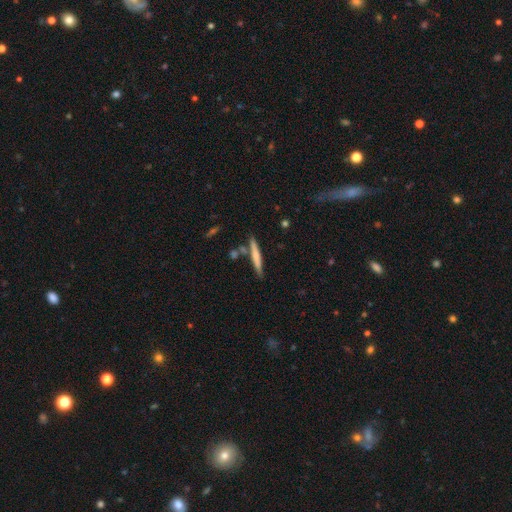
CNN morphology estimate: The model was most divided on "smooth or featured": smooth: 59%, featured or disk: 35%, star or artifact: 6%. More confident: how rounded — cigar-shaped (94%); merging — none (77%).